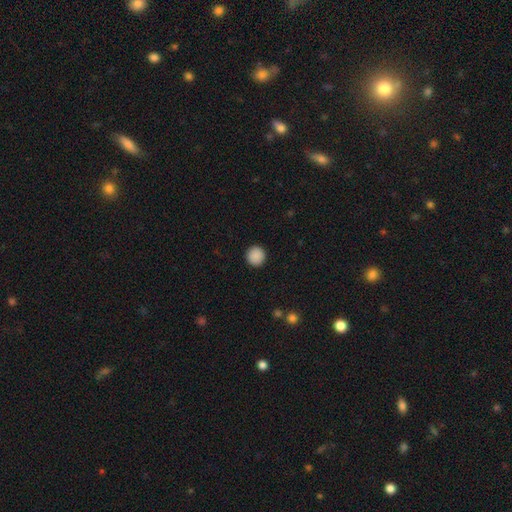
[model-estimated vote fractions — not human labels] A smooth galaxy with no disk features (90%) that is round (95%). Merging: none (93%).